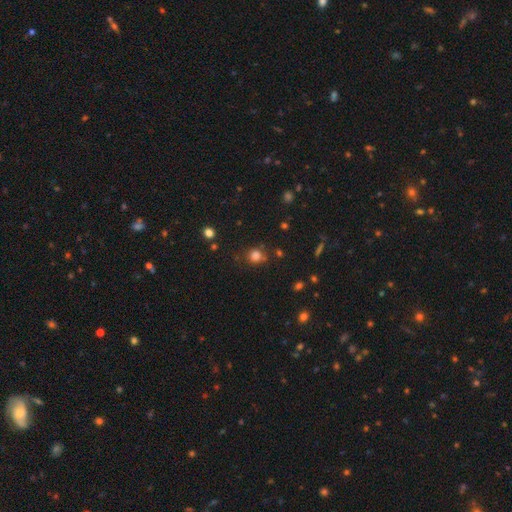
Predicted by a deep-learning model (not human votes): Morphology: type=smooth (80%); roundness=round (85%); merging=none (75%).